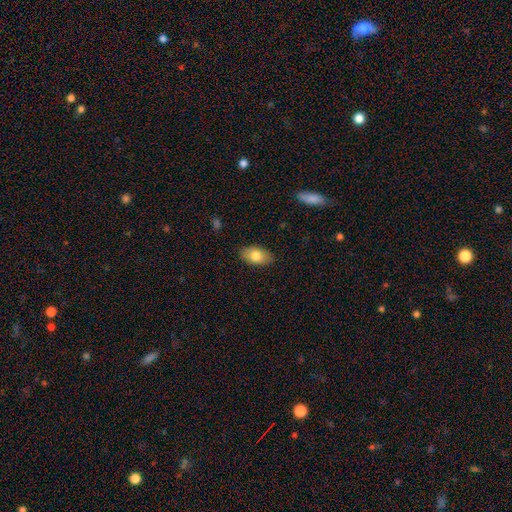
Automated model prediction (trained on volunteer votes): Smooth or featured?
  - smooth: 80% *
  - featured or disk: 13%
  - star or artifact: 7%
How rounded?
  - in between: 92% *
  - round: 6%
  - cigar-shaped: 2%
Merging?
  - none: 87% *
  - minor disturbance: 10%
  - major disturbance: 2%
  - merger: 1%